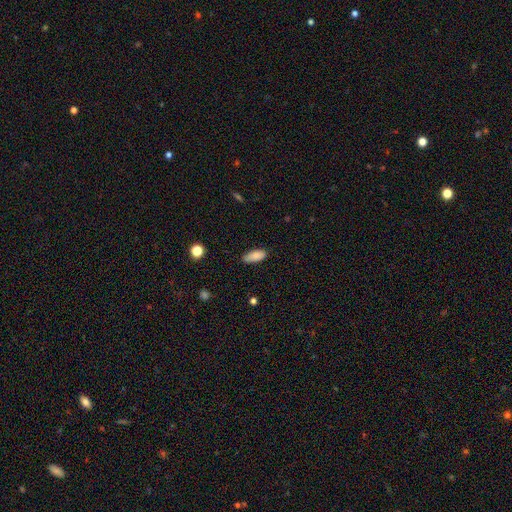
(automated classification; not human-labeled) smooth_or_featured: smooth (p=0.86) [alt: star or artifact p=0.08]
how_rounded: in between (p=0.82) [alt: cigar-shaped p=0.16]
merging: none (p=0.79) [alt: minor disturbance p=0.17]